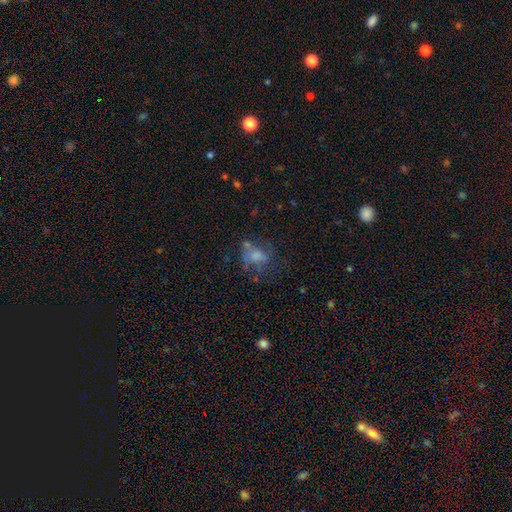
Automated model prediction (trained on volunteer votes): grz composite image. It shows a smooth galaxy with no disk features (48%). Merging: none (42%).